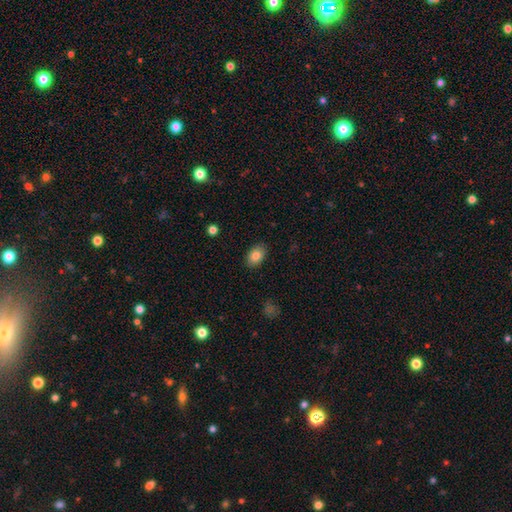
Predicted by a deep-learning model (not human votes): Overall: smooth (83%). How rounded: in between (86%). Merging: none (88%).